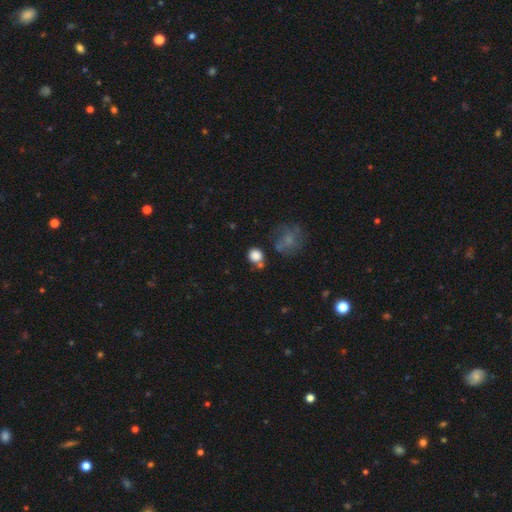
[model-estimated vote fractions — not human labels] A smooth galaxy with no disk features (84%) that is round (82%). Merging: none (66%).